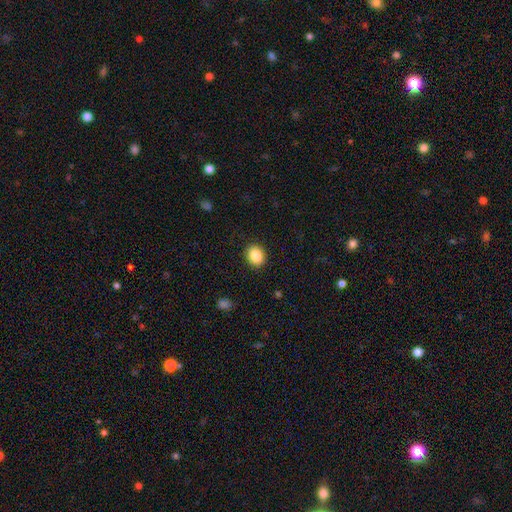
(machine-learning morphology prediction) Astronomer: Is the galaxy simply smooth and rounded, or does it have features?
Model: smooth — 87%.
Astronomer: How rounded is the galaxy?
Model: round — 52% (runner-up: in between, 47%).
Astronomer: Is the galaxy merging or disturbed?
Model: none — 90%.